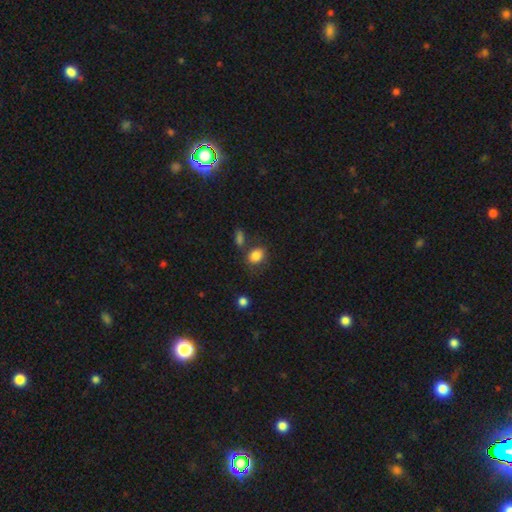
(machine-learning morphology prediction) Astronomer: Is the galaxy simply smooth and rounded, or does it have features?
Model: smooth — 84%.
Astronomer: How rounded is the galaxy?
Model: in between — 60% (runner-up: round, 39%).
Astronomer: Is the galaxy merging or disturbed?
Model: none — 64%.